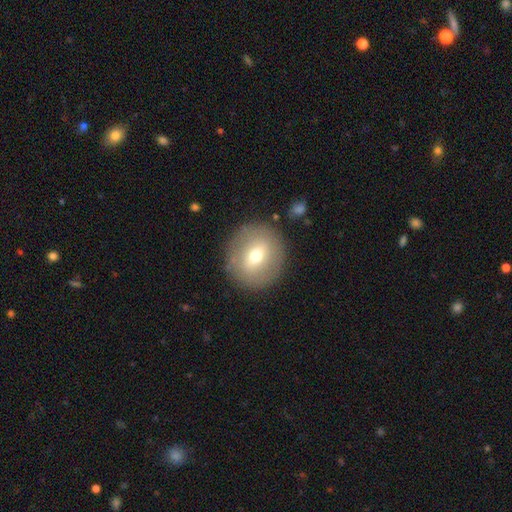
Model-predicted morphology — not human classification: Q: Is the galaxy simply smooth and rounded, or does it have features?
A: smooth — 57%.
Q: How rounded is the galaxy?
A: round — 81%.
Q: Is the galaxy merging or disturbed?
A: none — 86%.